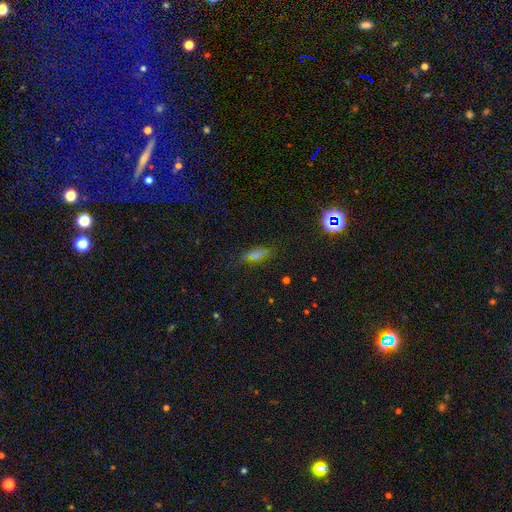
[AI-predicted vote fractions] smooth-or-featured: smooth: 52% | featured or disk: 25% | star or artifact: 23%
  how-rounded: in between: 52% | cigar-shaped: 42% | round: 6%
  merging: none: 61% | minor disturbance: 23% | major disturbance: 12% | merger: 4%